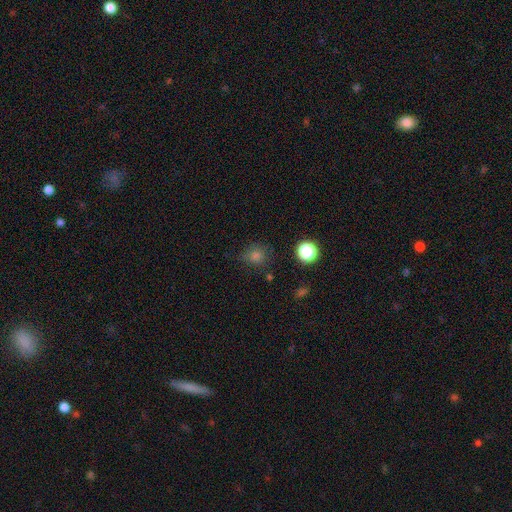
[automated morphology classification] type=smooth (71%); roundness=round (85%); merging=none (80%).